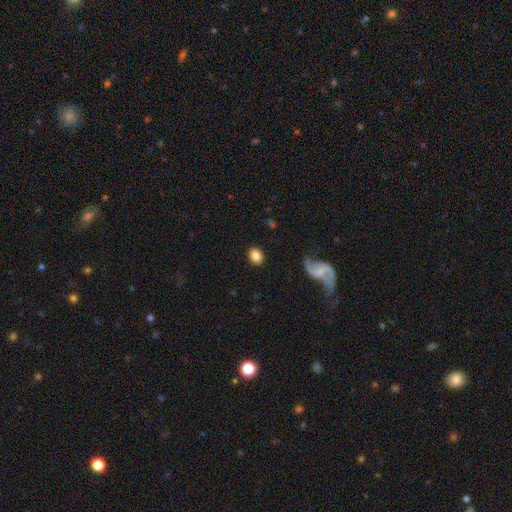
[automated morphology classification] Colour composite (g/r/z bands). It shows a smooth galaxy with no disk features (81%) that is in between round and cigar-shaped (54%). Merging: none (86%).